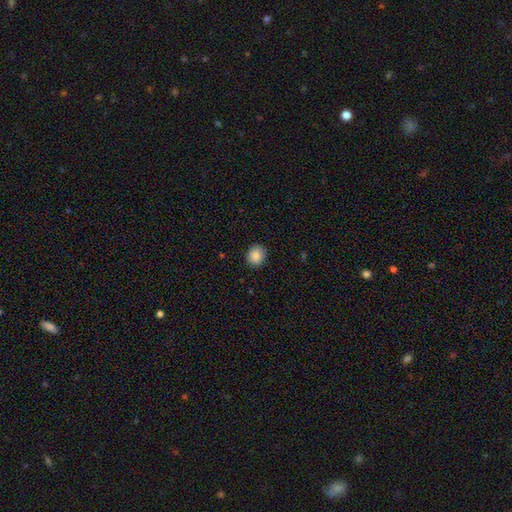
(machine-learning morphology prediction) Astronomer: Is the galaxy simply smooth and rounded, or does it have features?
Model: smooth — 87%.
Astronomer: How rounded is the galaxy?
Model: round — 81%.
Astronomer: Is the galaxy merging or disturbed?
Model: none — 89%.